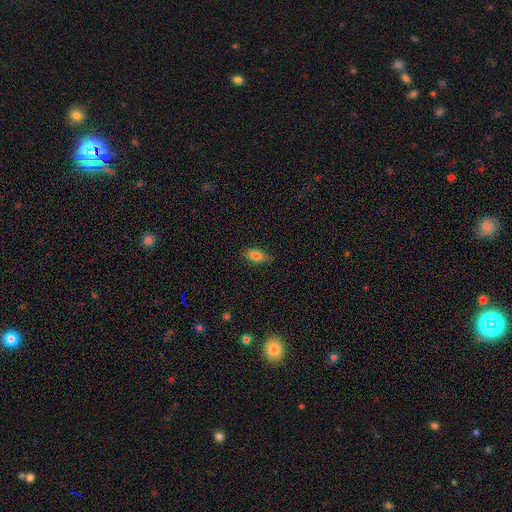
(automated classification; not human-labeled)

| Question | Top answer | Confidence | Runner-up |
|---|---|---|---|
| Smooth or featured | smooth | 81% | featured or disk (10%) |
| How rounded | in between | 85% | round (7%) |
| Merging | none | 77% | minor disturbance (18%) |